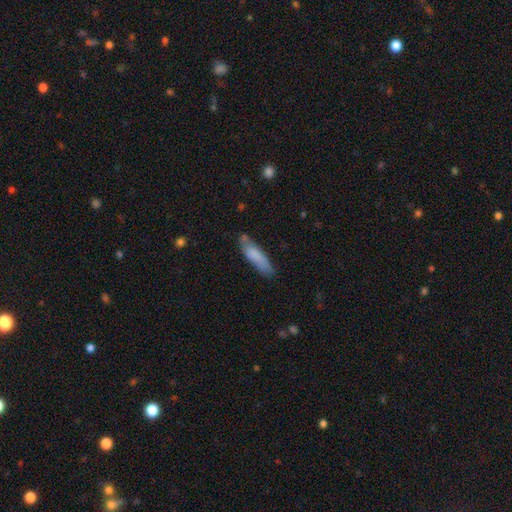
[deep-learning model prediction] This appears to be a smooth galaxy with no disk features (78%) that is cigar-shaped (65%). Merging: none (66%).